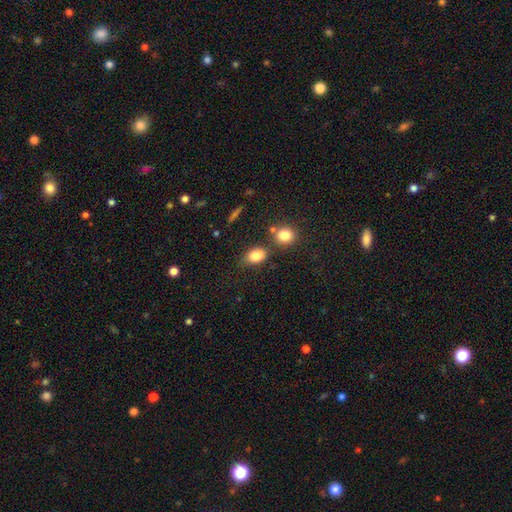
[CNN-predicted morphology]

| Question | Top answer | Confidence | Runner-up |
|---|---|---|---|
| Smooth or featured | smooth | 82% | star or artifact (10%) |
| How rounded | in between | 78% | round (20%) |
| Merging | none | 65% | minor disturbance (17%) |